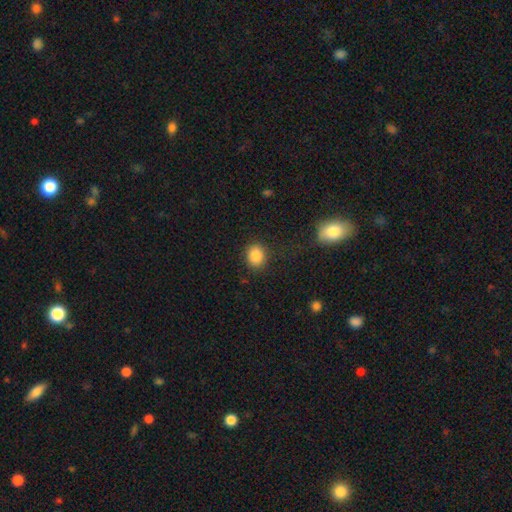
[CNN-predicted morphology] This appears to be a smooth galaxy with no disk features (86%) that is round (63%). Merging: none (86%).